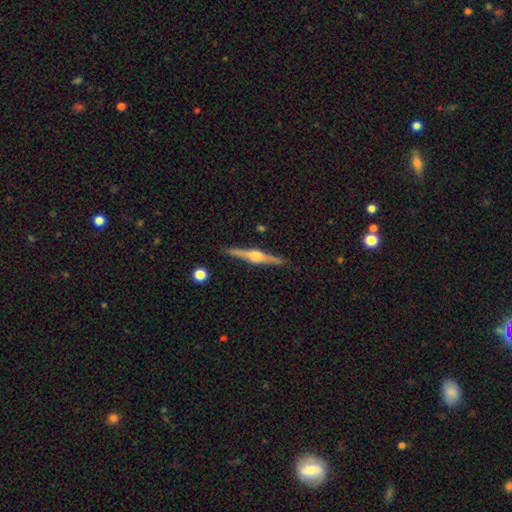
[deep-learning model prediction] smooth_or_featured: featured or disk (p=0.82) [alt: smooth p=0.13]
disk_edge_on: yes (p=0.98) [alt: no p=0.02]
edge_on_bulge: rounded (p=0.91) [alt: boxy p=0.06]
merging: none (p=0.91) [alt: minor disturbance p=0.06]